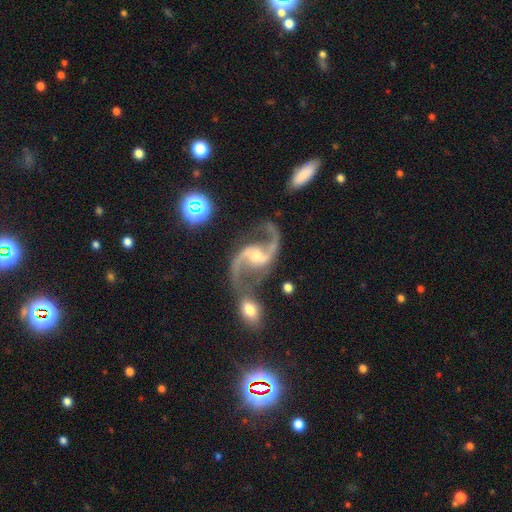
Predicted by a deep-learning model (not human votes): featured or disk 92%, star or artifact 5%, smooth 2%. Down the decision tree: edge-on disk — no (98%); bar — weak (42%); spiral arms — yes (98%); spiral arm count — 2 (95%); spiral winding — loose (63%); bulge size — moderate (48%); merging — none (57%).